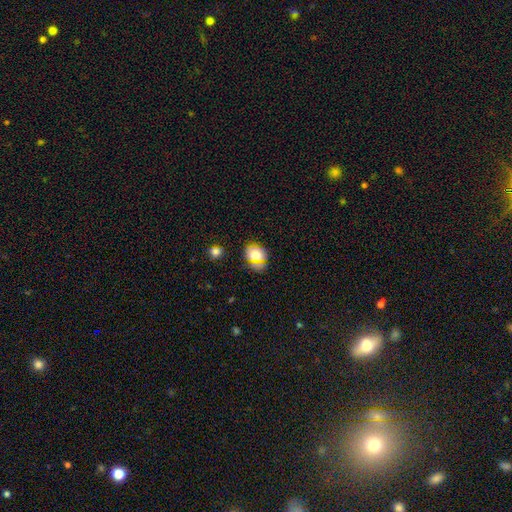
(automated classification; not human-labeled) Smooth or featured?
  - smooth: 70% *
  - star or artifact: 18%
  - featured or disk: 12%
How rounded?
  - round: 51% *
  - in between: 47%
  - cigar-shaped: 2%
Merging?
  - none: 78% *
  - minor disturbance: 14%
  - major disturbance: 4%
  - merger: 4%